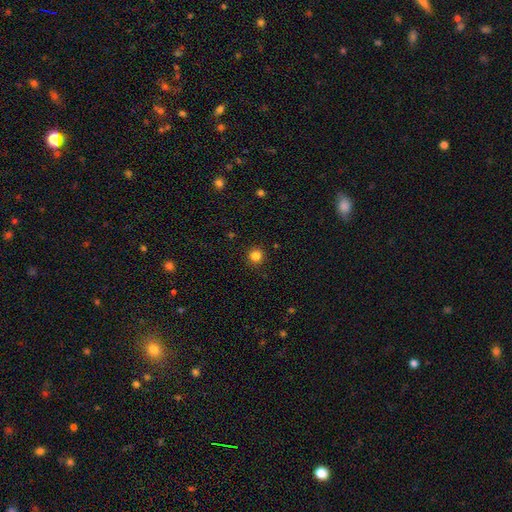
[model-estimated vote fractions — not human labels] A smooth galaxy with no disk features (84%) that is round (94%).

Vote fractions:
- Smooth or featured? smooth: 84% / star or artifact: 12% / featured or disk: 4%
- How rounded? round: 94% / in between: 5% / cigar-shaped: 1%
- Merging? none: 91% / minor disturbance: 6% / major disturbance: 2% / merger: 1%